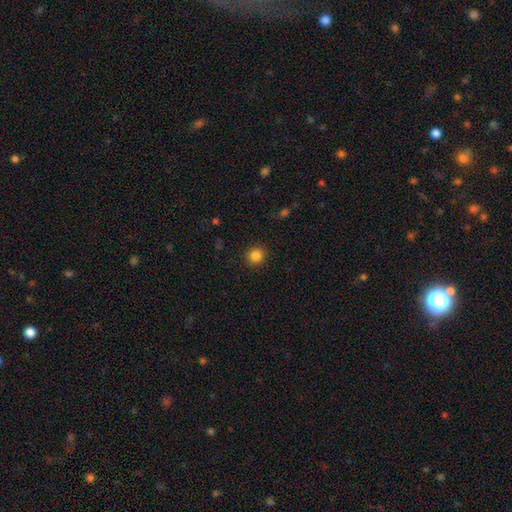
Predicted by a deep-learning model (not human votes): smooth-or-featured: smooth: 85% | star or artifact: 11% | featured or disk: 4%
  how-rounded: round: 91% | in between: 8% | cigar-shaped: 1%
  merging: none: 91% | minor disturbance: 6% | major disturbance: 2% | merger: 1%